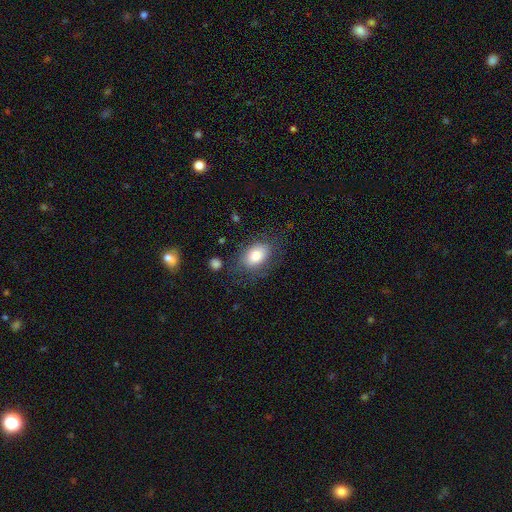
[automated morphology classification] Smooth or featured?
  - smooth: 79% *
  - featured or disk: 12%
  - star or artifact: 8%
How rounded?
  - in between: 84% *
  - round: 14%
  - cigar-shaped: 1%
Merging?
  - none: 71% *
  - minor disturbance: 18%
  - major disturbance: 8%
  - merger: 2%